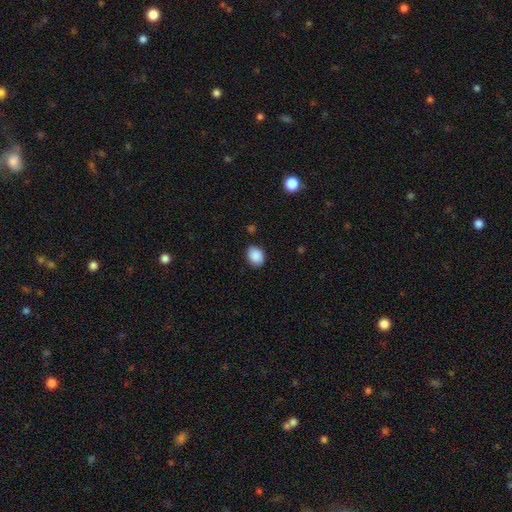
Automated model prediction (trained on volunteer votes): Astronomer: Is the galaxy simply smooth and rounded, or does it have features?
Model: smooth — 89%.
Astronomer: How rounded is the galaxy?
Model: in between — 63%.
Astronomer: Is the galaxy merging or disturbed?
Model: none — 86%.